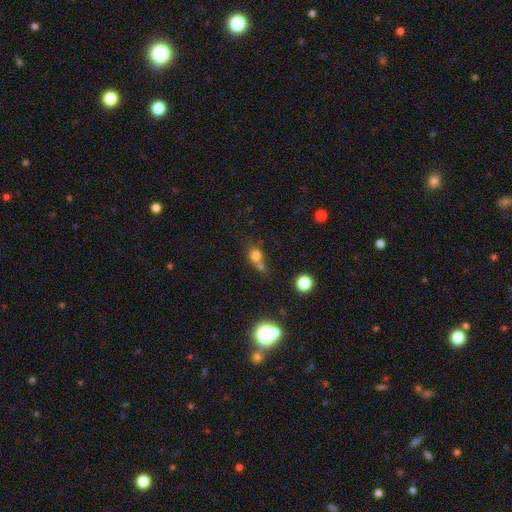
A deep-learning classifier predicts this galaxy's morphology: A smooth galaxy with no disk features (74%) that is round (77%). Merging: none (43%).